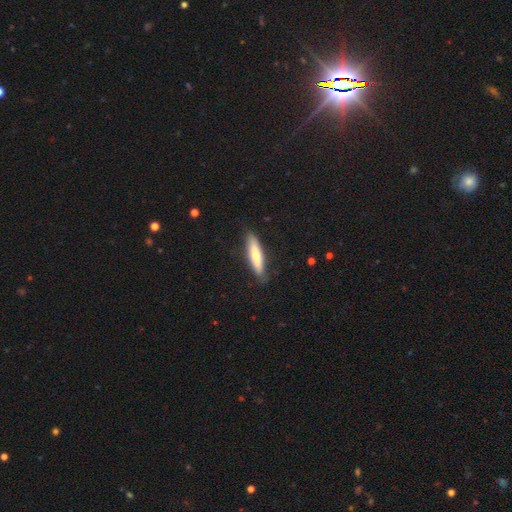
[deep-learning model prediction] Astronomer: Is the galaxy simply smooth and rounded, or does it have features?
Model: smooth — 60%.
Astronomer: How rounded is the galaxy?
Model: cigar-shaped — 74%.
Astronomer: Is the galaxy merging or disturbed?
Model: none — 84%.